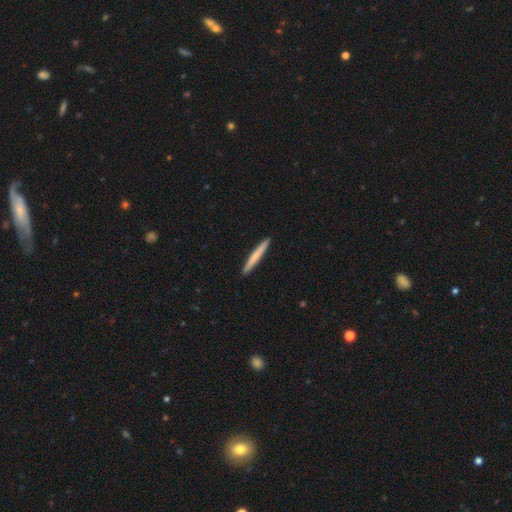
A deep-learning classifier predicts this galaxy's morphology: Smooth or featured? Predicted: smooth (p=0.66). How rounded? Predicted: cigar-shaped (p=0.97). Merging? Predicted: none (p=0.93).